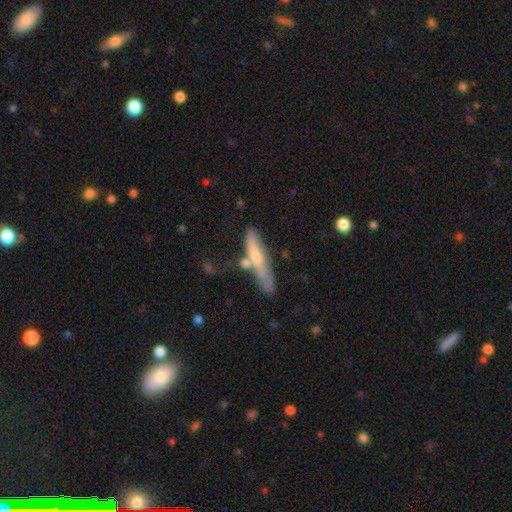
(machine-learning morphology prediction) This is possibly a smooth galaxy (53%). How rounded: clearly cigar-shaped (84%). Merging: possibly none (51%).